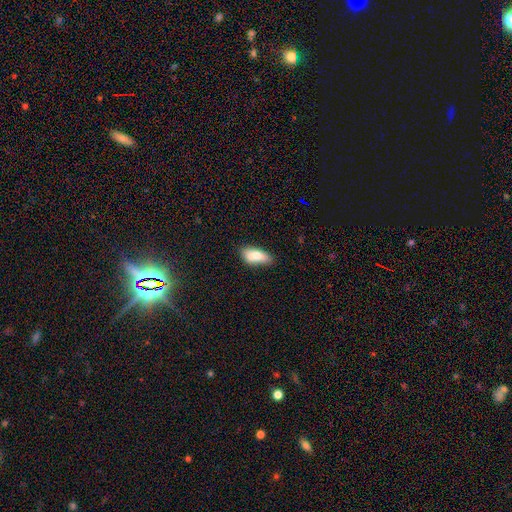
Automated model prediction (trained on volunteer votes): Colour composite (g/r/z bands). It shows a smooth galaxy with no disk features (76%) that is in between round and cigar-shaped (85%). Merging: none (65%).